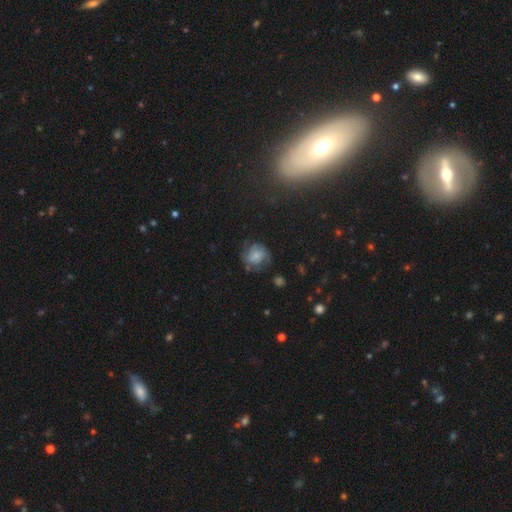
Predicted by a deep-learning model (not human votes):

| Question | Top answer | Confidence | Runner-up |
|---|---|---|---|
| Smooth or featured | smooth | 48% | featured or disk (41%) |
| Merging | none | 60% | minor disturbance (23%) |